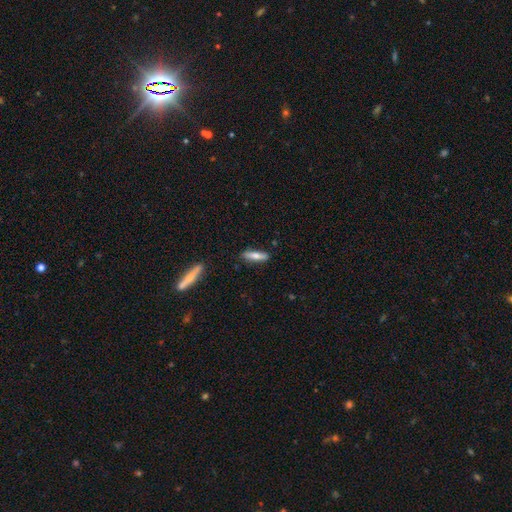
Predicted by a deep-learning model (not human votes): The model was most divided on "smooth or featured": smooth: 64%, featured or disk: 30%, star or artifact: 6%. More confident: merging — none (86%); how rounded — cigar-shaped (74%).